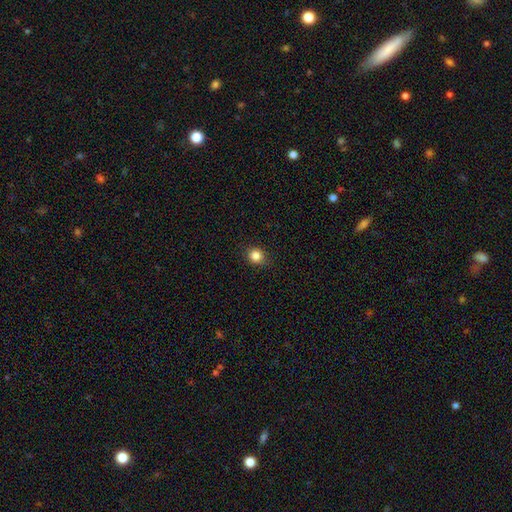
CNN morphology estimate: This is clearly a smooth galaxy (84%). How rounded: clearly round (83%). Merging: clearly none (88%).